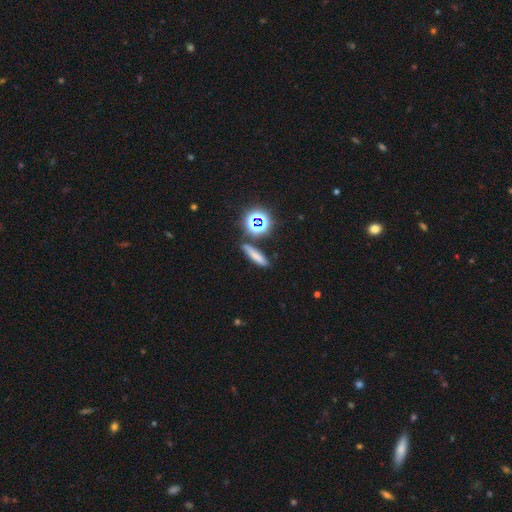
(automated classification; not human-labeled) This appears to be a smooth galaxy with no disk features (66%) that is cigar-shaped (70%). Merging: none (78%).